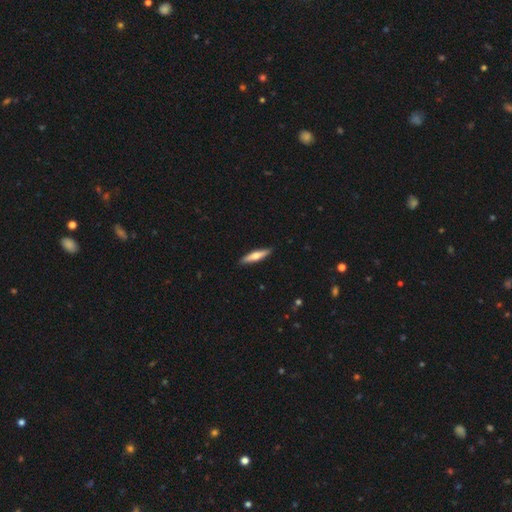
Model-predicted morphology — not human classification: Smooth or featured: smooth — 56% (featured or disk — 39%)
How rounded: cigar-shaped — 81% (in between — 18%)
Merging: none — 90% (minor disturbance — 7%)